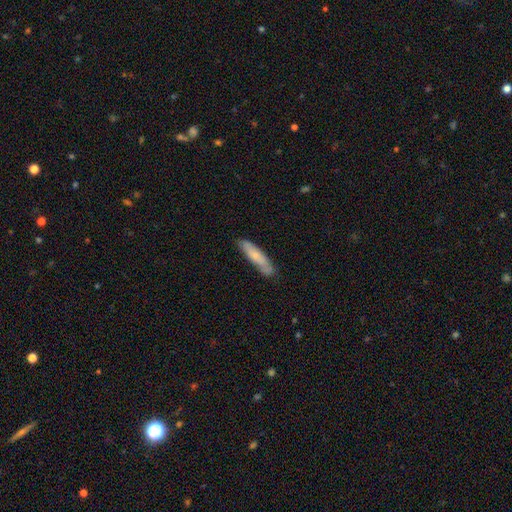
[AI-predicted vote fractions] This appears to be a smooth galaxy with no disk features (66%) that is cigar-shaped (78%). Merging: none (73%).